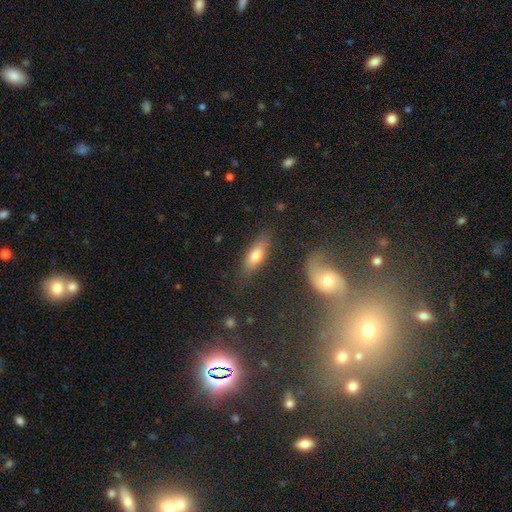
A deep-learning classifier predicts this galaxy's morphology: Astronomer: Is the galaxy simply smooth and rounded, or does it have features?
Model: smooth — 70%.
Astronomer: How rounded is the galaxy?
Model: in between — 68%.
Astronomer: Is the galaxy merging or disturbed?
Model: none — 76%.